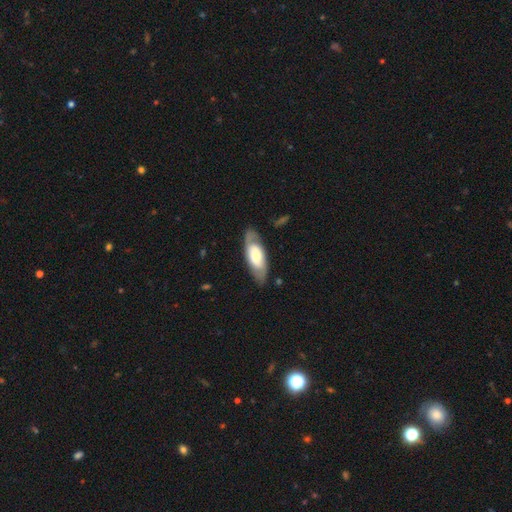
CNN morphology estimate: This is possibly a featured or disk galaxy (51%). It is likely not viewed edge-on (77%). Merging: likely none (76%).